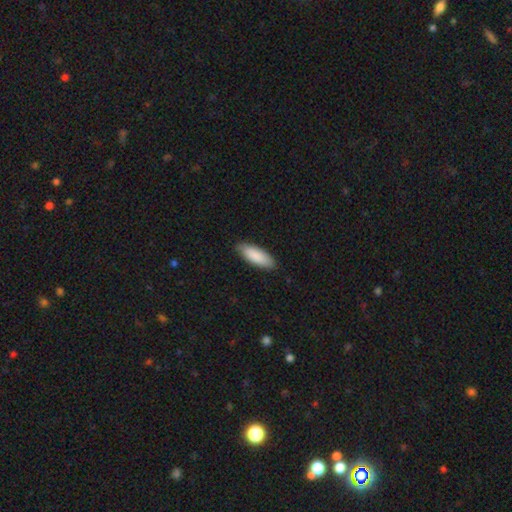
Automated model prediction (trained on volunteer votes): A smooth galaxy with no disk features (89%) that is in between round and cigar-shaped (67%).

Vote fractions:
- Smooth or featured? smooth: 89% / featured or disk: 6% / star or artifact: 5%
- How rounded? in between: 67% / cigar-shaped: 31% / round: 1%
- Merging? none: 87% / minor disturbance: 10% / major disturbance: 2% / merger: 1%